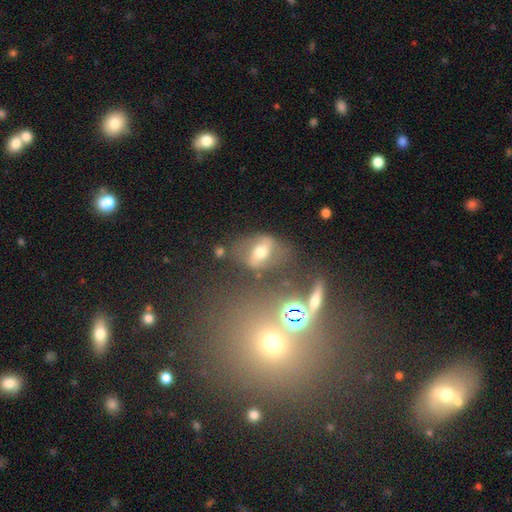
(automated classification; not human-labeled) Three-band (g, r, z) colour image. It shows a smooth galaxy with no disk features (35%). Merging: none (63%).